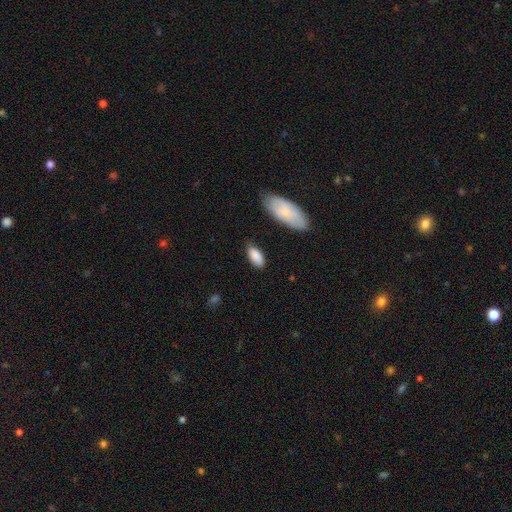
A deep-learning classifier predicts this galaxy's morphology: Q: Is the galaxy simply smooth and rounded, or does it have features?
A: smooth — 87%.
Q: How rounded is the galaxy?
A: in between — 91%.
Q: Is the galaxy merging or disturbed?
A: none — 74%.